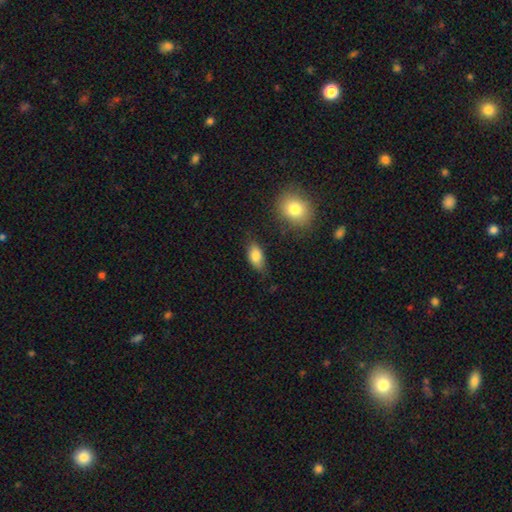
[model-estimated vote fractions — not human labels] smooth-or-featured: smooth: 82% | featured or disk: 10% | star or artifact: 8%
  how-rounded: in between: 89% | cigar-shaped: 6% | round: 5%
  merging: none: 72% | minor disturbance: 21% | major disturbance: 4% | merger: 3%